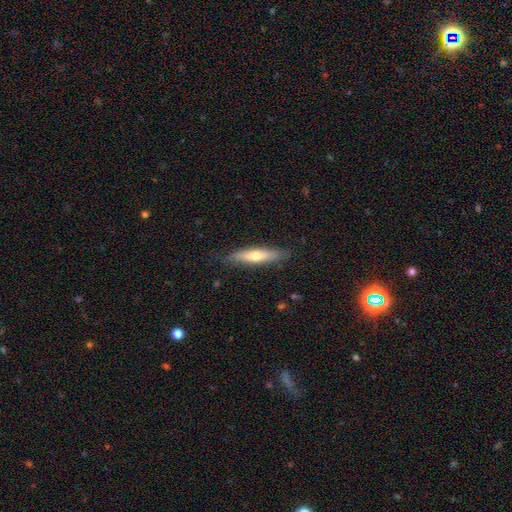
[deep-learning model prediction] Smooth or featured? smooth (56%)
How rounded? cigar-shaped (81%)
Merging? none (84%)